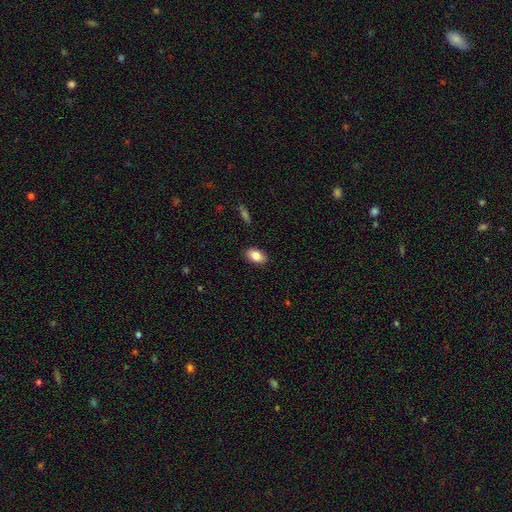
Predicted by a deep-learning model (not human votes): Smooth or featured: smooth — 85% (featured or disk — 8%)
How rounded: in between — 91% (round — 7%)
Merging: none — 89% (minor disturbance — 8%)